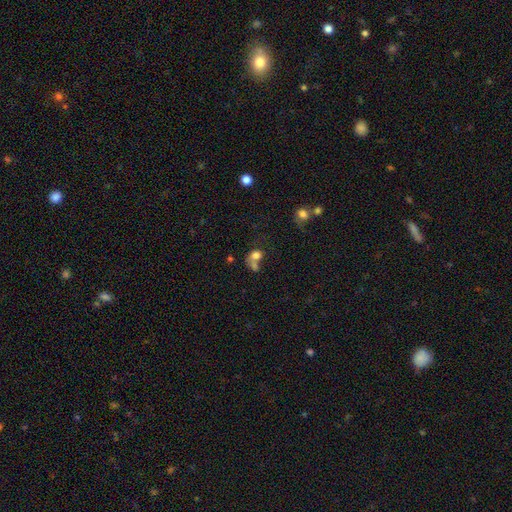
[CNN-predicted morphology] Smooth or featured? smooth (72%)
How rounded? in between (49%, tied with round)
Merging? merger (51%)